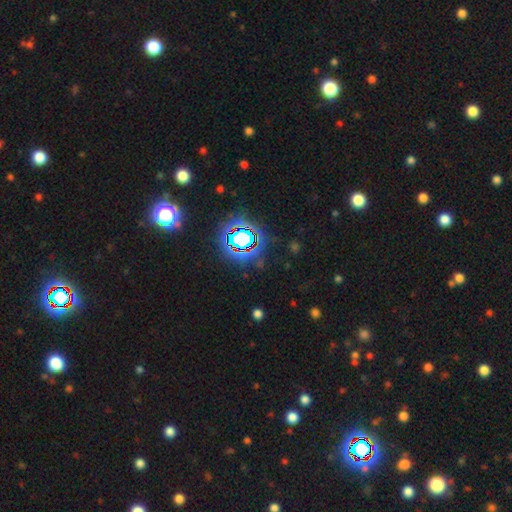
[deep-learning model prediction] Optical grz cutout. It shows a star or artifact, not a galaxy (80%).